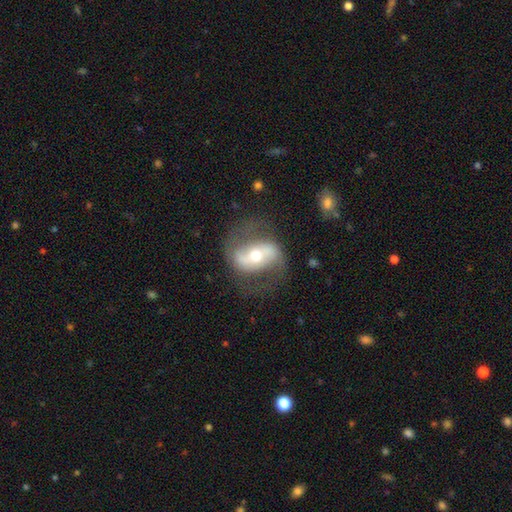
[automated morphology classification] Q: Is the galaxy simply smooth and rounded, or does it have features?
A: featured or disk — 79%.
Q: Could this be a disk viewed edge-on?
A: no — 95%.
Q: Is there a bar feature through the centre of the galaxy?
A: strong — 46%.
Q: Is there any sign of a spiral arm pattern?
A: yes — 88%.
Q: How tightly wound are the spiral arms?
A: loose — 44%.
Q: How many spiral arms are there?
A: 2 — 89%.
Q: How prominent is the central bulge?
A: moderate — 61%.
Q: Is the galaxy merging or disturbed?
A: none — 68%.